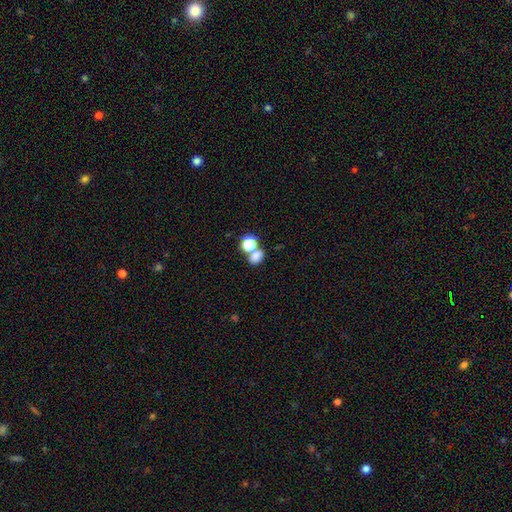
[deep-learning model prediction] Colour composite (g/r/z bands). It shows a smooth galaxy with no disk features (73%) that is in between round and cigar-shaped (58%). Merging: none (47%).